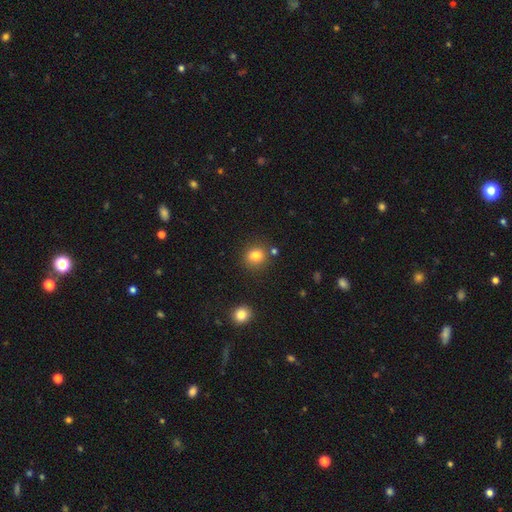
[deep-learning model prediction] This appears to be a smooth galaxy with no disk features (81%) that is round (68%). Merging: none (78%).